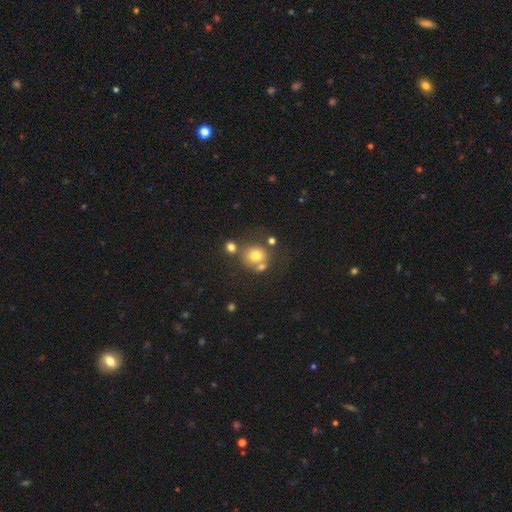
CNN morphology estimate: Overall: smooth (71%). How rounded: round (85%). Merging: none (55%; merger 26%).